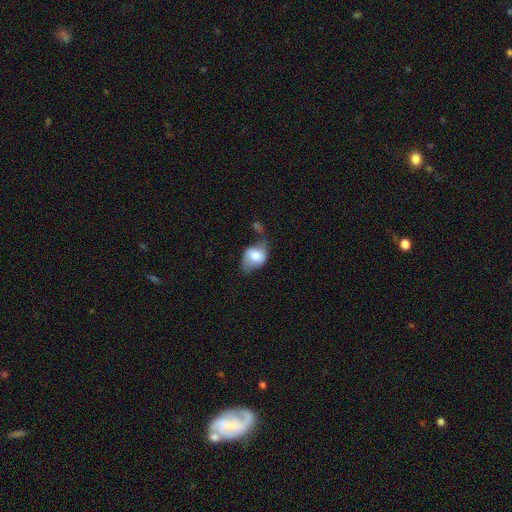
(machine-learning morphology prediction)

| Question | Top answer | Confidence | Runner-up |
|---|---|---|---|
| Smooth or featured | smooth | 61% | featured or disk (32%) |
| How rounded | in between | 73% | round (26%) |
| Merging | none | 35% | minor disturbance (33%) |